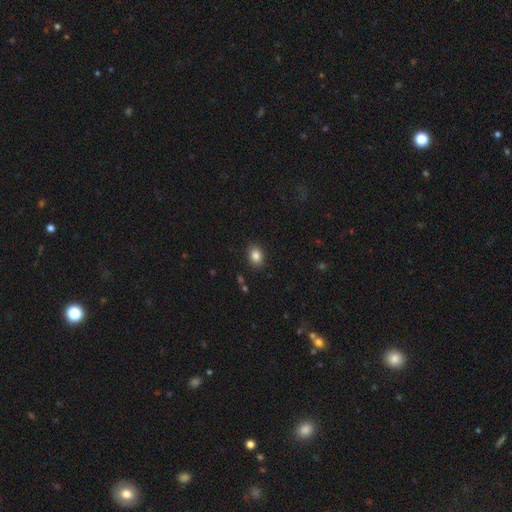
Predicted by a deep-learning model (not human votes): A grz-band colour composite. It shows a smooth galaxy with no disk features (85%) that is in between round and cigar-shaped (66%). Merging: none (89%).